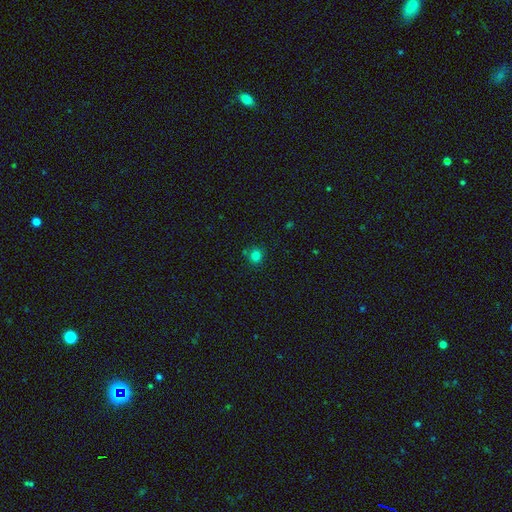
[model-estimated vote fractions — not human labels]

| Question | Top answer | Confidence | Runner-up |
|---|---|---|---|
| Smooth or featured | smooth | 80% | star or artifact (15%) |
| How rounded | round | 89% | in between (10%) |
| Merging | none | 81% | minor disturbance (9%) |